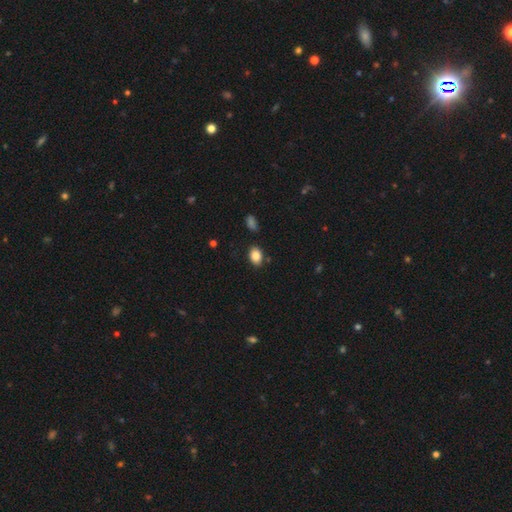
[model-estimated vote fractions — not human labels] Morphology: type=smooth (85%); roundness=in between (78%); merging=none (83%).